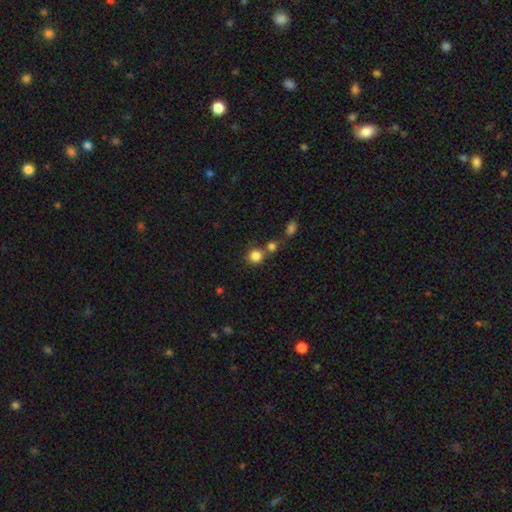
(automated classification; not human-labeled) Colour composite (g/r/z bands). It shows a smooth galaxy with no disk features (83%) that is round (87%). Merging: none (57%).